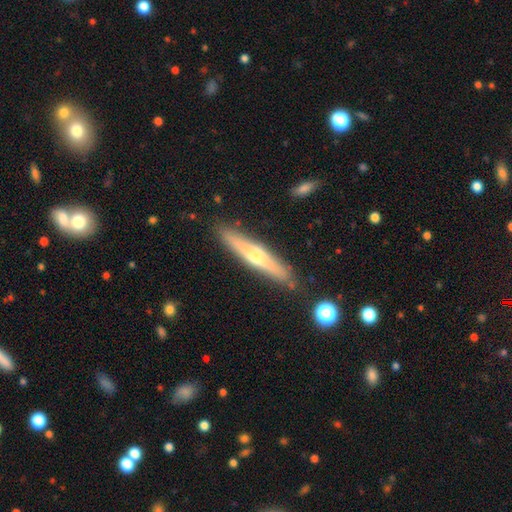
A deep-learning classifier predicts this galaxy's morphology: Q: Smooth or featured?
A: featured or disk (55%); runner-up: smooth (39%)
Q: Edge-on disk?
A: yes (94%); runner-up: no (6%)
Q: Edge-on bulge?
A: rounded (84%); runner-up: none (11%)
Q: Merging?
A: none (87%); runner-up: minor disturbance (9%)